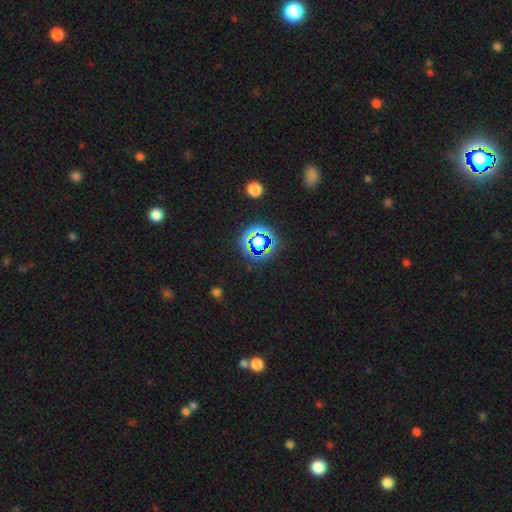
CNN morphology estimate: This is likely a star or artifact rather than a galaxy (76%).